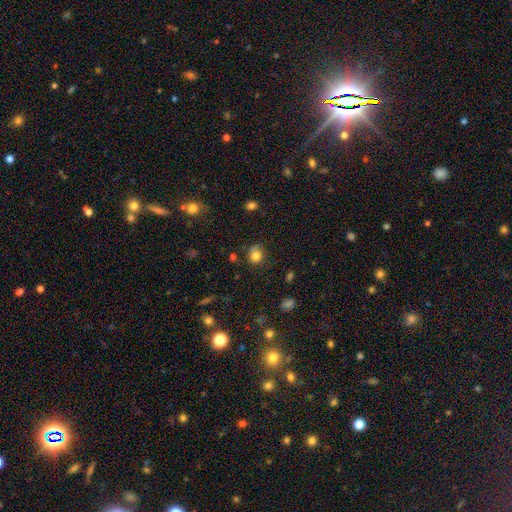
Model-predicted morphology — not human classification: Smooth or featured?
  - smooth: 80% *
  - star or artifact: 12%
  - featured or disk: 8%
How rounded?
  - round: 73% *
  - in between: 26%
  - cigar-shaped: 1%
Merging?
  - none: 67% *
  - minor disturbance: 24%
  - major disturbance: 7%
  - merger: 3%